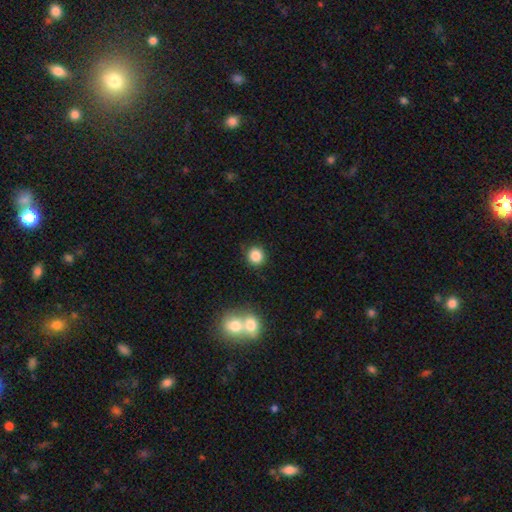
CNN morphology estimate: smooth_or_featured: smooth (p=0.85) [alt: star or artifact p=0.11]
how_rounded: round (p=0.89) [alt: in between p=0.10]
merging: none (p=0.86) [alt: minor disturbance p=0.08]